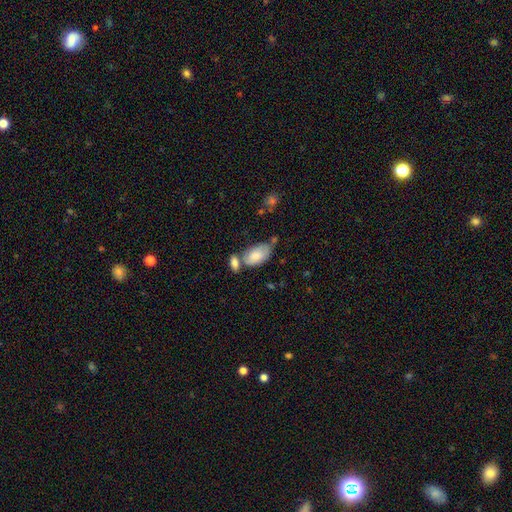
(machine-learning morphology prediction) This appears to be a smooth galaxy with no disk features (78%) that is in between round and cigar-shaped (94%). Merging: none (40%).